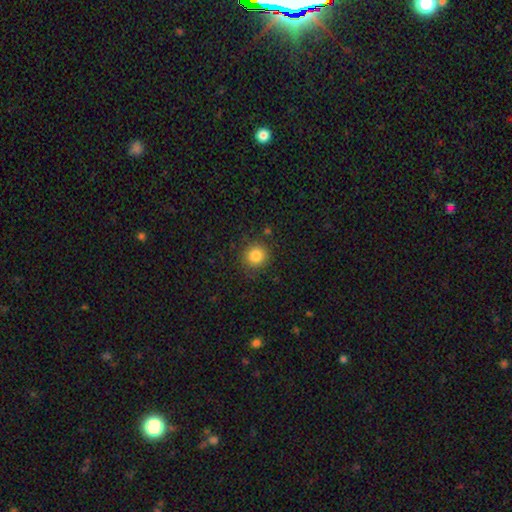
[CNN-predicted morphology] A smooth galaxy with no disk features (84%) that is round (92%). Merging: none (86%).